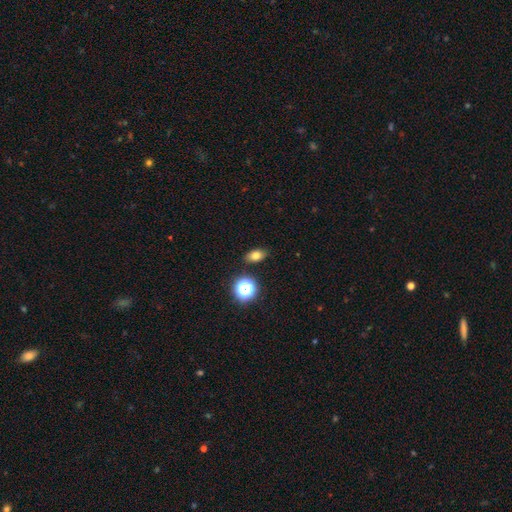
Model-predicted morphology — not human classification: A smooth galaxy with no disk features (74%) that is in between round and cigar-shaped (81%).

Vote fractions:
- Smooth or featured? smooth: 74% / star or artifact: 15% / featured or disk: 11%
- How rounded? in between: 81% / round: 16% / cigar-shaped: 3%
- Merging? none: 86% / minor disturbance: 10% / merger: 2% / major disturbance: 2%